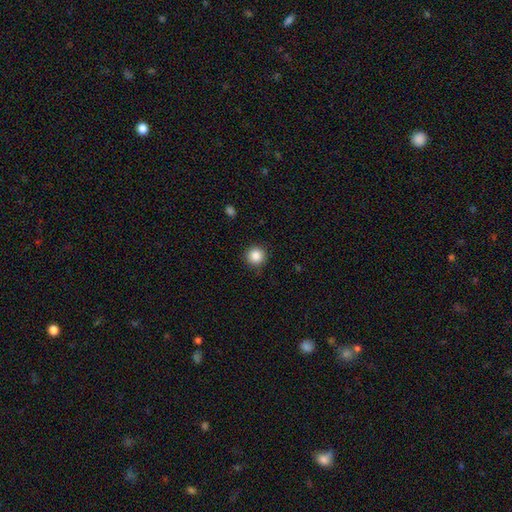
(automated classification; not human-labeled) A smooth galaxy with no disk features (86%) that is round (95%).

Vote fractions:
- Smooth or featured? smooth: 86% / star or artifact: 10% / featured or disk: 4%
- How rounded? round: 95% / in between: 4% / cigar-shaped: 1%
- Merging? none: 90% / minor disturbance: 7% / major disturbance: 2% / merger: 1%